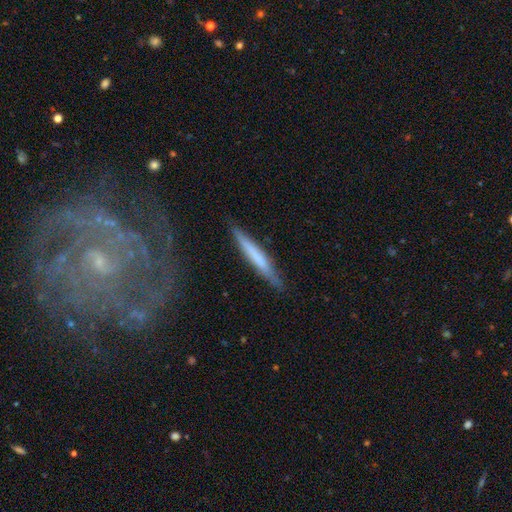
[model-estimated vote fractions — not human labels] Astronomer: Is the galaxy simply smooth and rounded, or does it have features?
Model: smooth — 57% (runner-up: featured or disk, 37%).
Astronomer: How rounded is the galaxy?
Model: cigar-shaped — 96%.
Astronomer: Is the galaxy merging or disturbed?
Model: none — 84%.